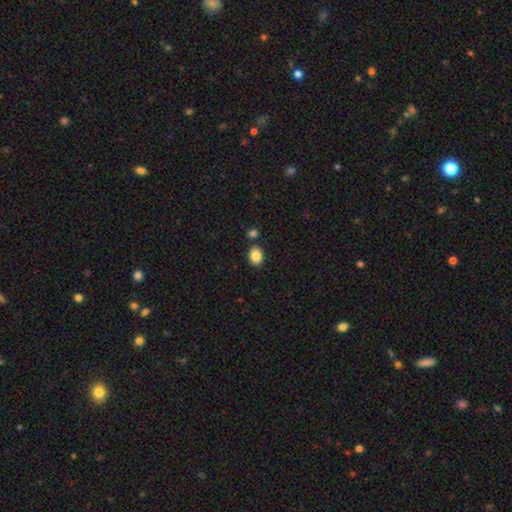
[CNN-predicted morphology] Smooth or featured?
  - smooth: 86% *
  - star or artifact: 8%
  - featured or disk: 5%
How rounded?
  - in between: 63% *
  - round: 36%
  - cigar-shaped: 1%
Merging?
  - none: 82% *
  - minor disturbance: 9%
  - merger: 8%
  - major disturbance: 2%